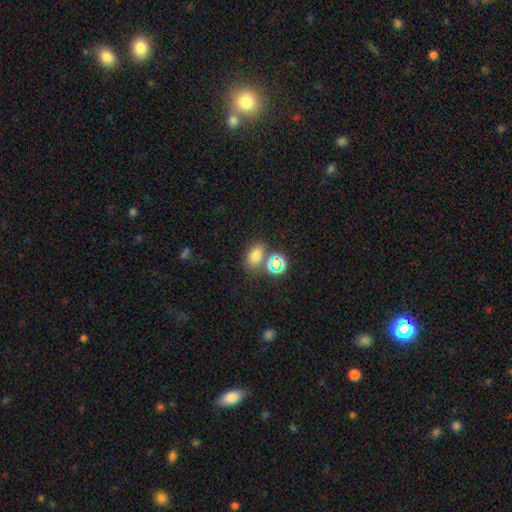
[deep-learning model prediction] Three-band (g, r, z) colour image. It shows a smooth galaxy with no disk features (69%) that is in between round and cigar-shaped (76%). Merging: none (67%).